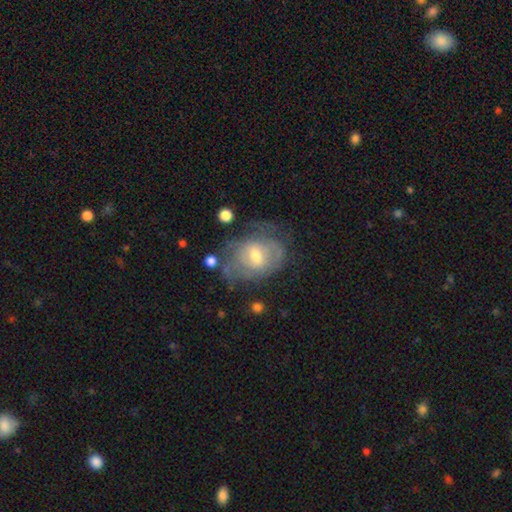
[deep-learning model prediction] Smooth or featured: featured or disk — 67% (smooth — 25%)
Edge-on disk: no — 96% (yes — 4%)
Bar: no — 47% (weak — 44%)
Spiral arms: yes — 68% (no — 32%)
Bulge size: moderate — 66% (small — 26%)
Merging: none — 48% (minor disturbance — 27%)